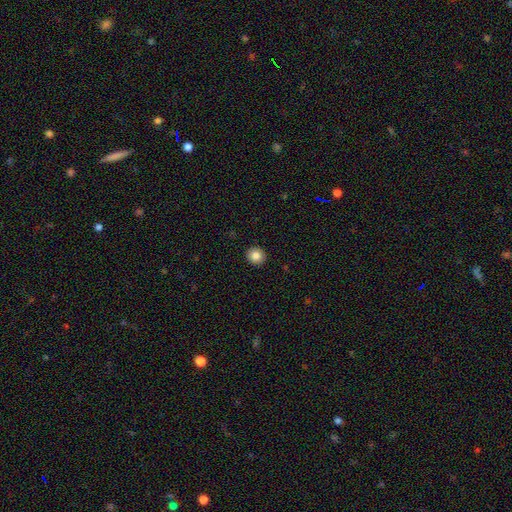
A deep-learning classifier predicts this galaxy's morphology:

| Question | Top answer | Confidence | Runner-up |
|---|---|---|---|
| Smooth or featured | smooth | 85% | star or artifact (9%) |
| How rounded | round | 88% | in between (11%) |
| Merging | none | 93% | minor disturbance (5%) |